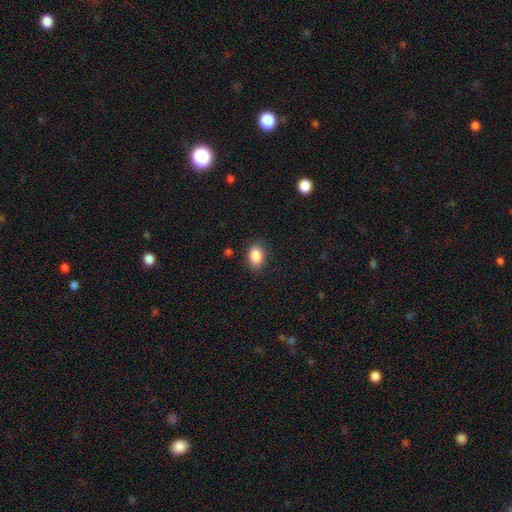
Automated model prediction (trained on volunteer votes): Smooth or featured?
  - smooth: 88% *
  - star or artifact: 8%
  - featured or disk: 4%
How rounded?
  - in between: 84% *
  - round: 15%
  - cigar-shaped: 1%
Merging?
  - none: 84% *
  - minor disturbance: 11%
  - major disturbance: 3%
  - merger: 1%